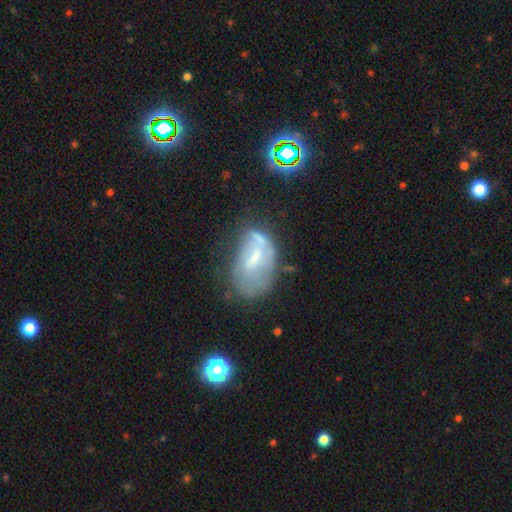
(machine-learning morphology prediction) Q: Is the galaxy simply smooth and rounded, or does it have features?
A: featured or disk — 55%.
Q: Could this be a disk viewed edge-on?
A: no — 95%.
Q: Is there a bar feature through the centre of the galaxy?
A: weak — 48%.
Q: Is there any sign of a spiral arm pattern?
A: no — 56%.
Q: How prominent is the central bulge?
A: small — 43%.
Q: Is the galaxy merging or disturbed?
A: none — 36%.